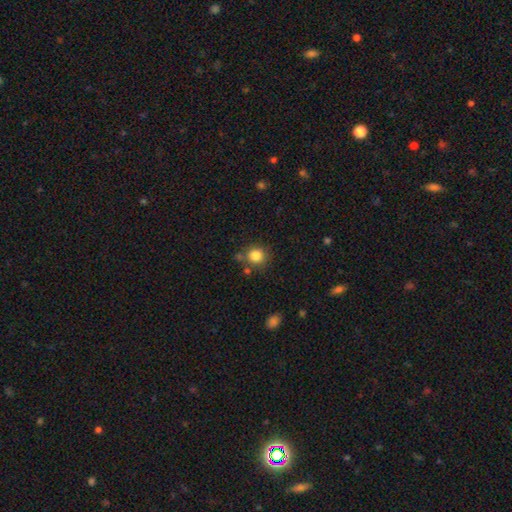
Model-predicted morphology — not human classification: smooth-or-featured: smooth: 84% | star or artifact: 11% | featured or disk: 6%
  how-rounded: round: 90% | in between: 9% | cigar-shaped: 1%
  merging: none: 75% | minor disturbance: 12% | merger: 9% | major disturbance: 4%